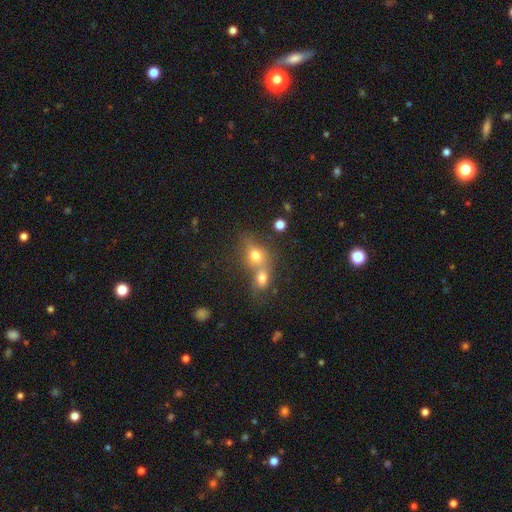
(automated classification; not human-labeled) This appears to be a smooth galaxy with no disk features (69%) that is round (52%). Merging: merger (58%).